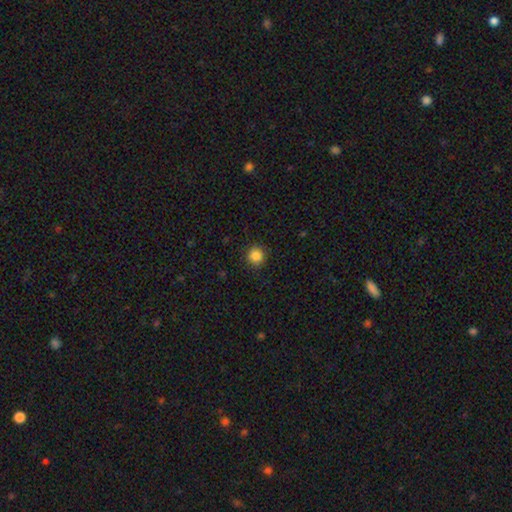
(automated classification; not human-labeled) Morphology: type=smooth (85%); roundness=round (94%); merging=none (90%).